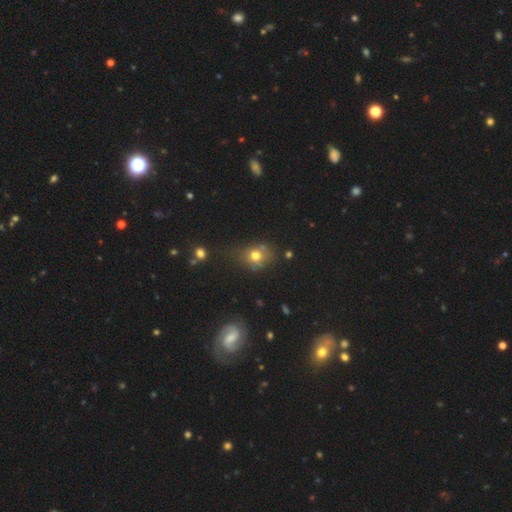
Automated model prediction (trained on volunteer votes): smooth_or_featured: smooth (p=0.72) [alt: star or artifact p=0.16]
how_rounded: round (p=0.63) [alt: in between p=0.36]
merging: none (p=0.58) [alt: minor disturbance p=0.22]